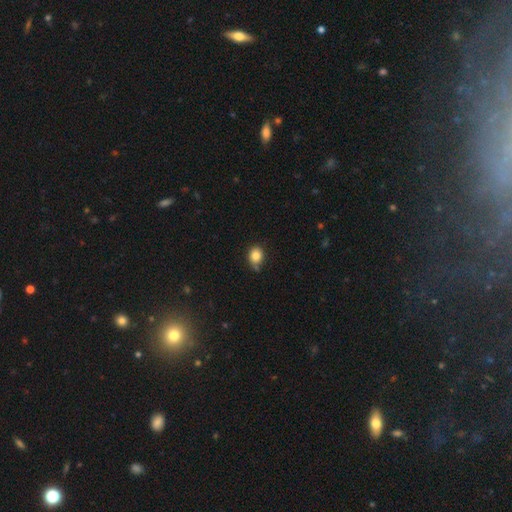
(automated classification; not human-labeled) A smooth galaxy with no disk features (82%) that is round (59%).

Vote fractions:
- Smooth or featured? smooth: 82% / star or artifact: 10% / featured or disk: 8%
- How rounded? round: 59% / in between: 40% / cigar-shaped: 1%
- Merging? none: 62% / minor disturbance: 29% / major disturbance: 5% / merger: 4%